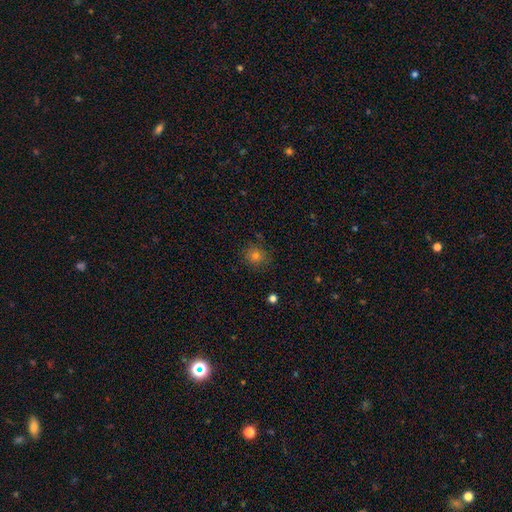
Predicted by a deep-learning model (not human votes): This appears to be a smooth galaxy with no disk features (73%) that is round (90%). Merging: none (86%).